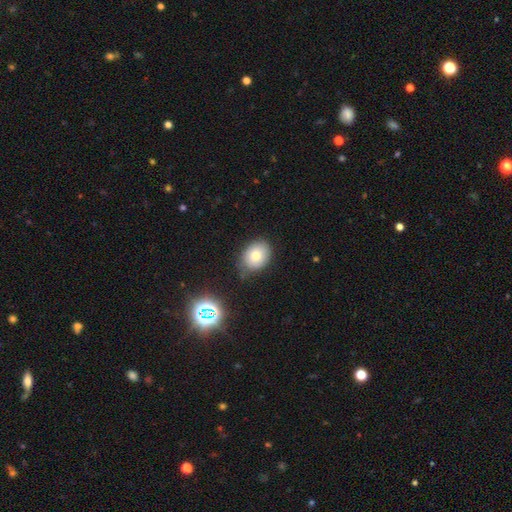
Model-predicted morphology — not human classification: Smooth or featured? smooth (75%)
How rounded? in between (60%)
Merging? none (73%)